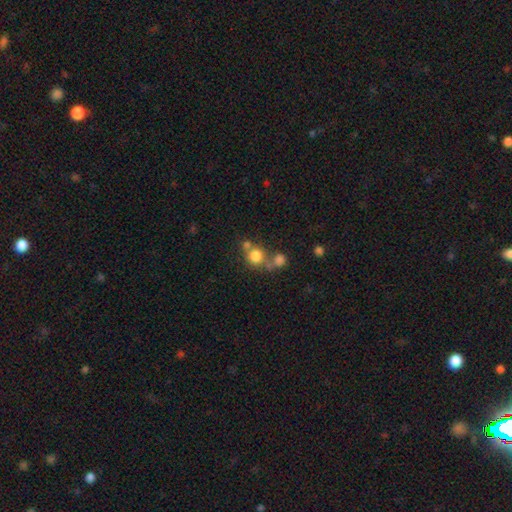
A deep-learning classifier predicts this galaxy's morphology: A smooth galaxy with no disk features (77%) that is round (84%).

Vote fractions:
- Smooth or featured? smooth: 77% / star or artifact: 12% / featured or disk: 11%
- How rounded? round: 84% / in between: 15% / cigar-shaped: 1%
- Merging? none: 45% / merger: 40% / minor disturbance: 9% / major disturbance: 6%